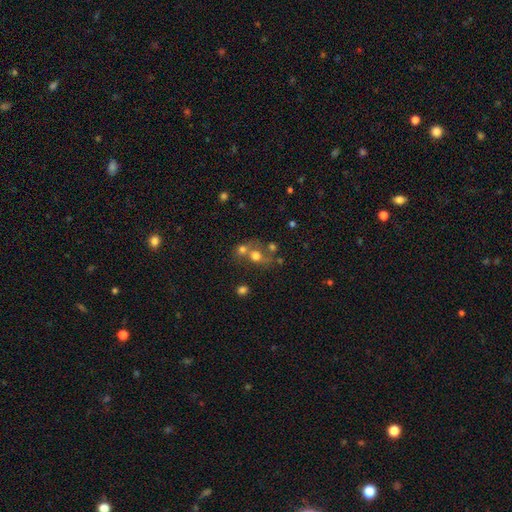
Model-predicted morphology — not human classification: This is likely a smooth galaxy (65%). How rounded: likely round (76%). Merging: possibly merger (49%).